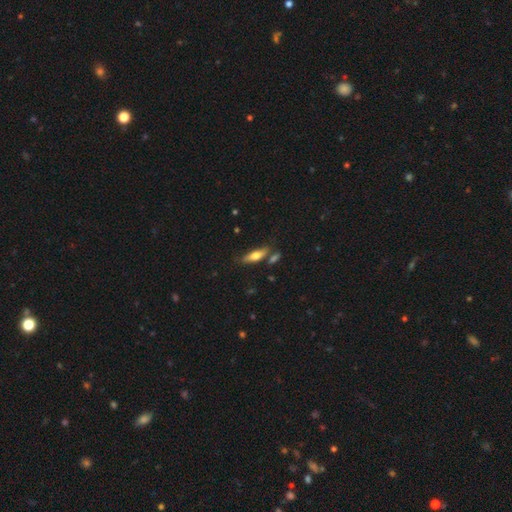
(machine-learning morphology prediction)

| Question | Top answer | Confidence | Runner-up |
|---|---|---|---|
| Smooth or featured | smooth | 60% | featured or disk (33%) |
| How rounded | cigar-shaped | 49% | tied: in between (49%) |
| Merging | none | 70% | minor disturbance (15%) |